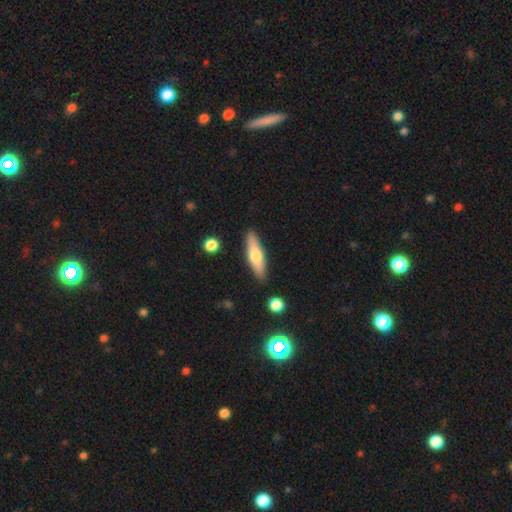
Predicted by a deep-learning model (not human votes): This appears to be a smooth galaxy with no disk features (57%) that is cigar-shaped (71%). Merging: none (87%).